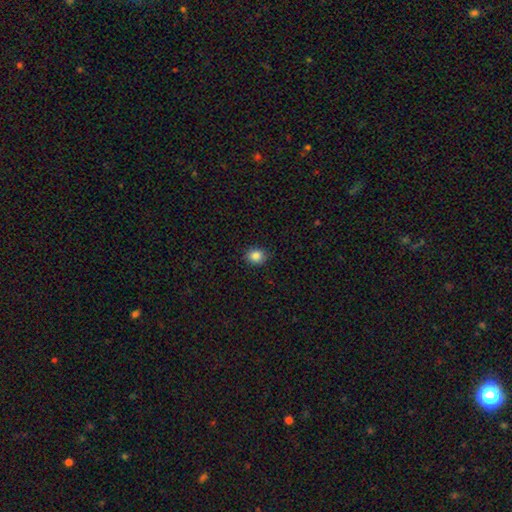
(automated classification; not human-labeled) smooth_or_featured: smooth (p=0.86) [alt: star or artifact p=0.10]
how_rounded: round (p=0.73) [alt: in between p=0.26]
merging: none (p=0.88) [alt: minor disturbance p=0.09]